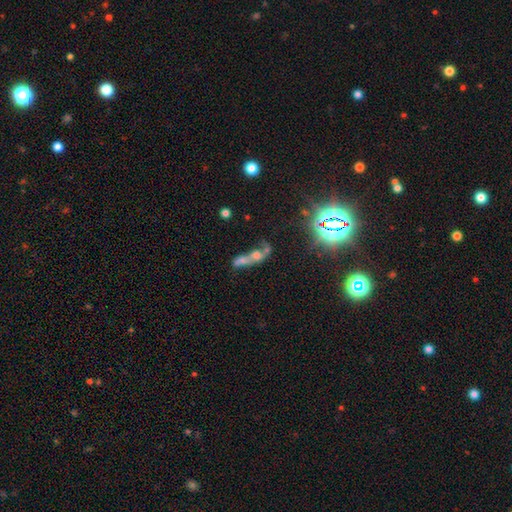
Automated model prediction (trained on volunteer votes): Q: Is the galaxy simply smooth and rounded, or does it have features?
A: featured or disk — 38%.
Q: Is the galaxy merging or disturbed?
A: merger — 58%.